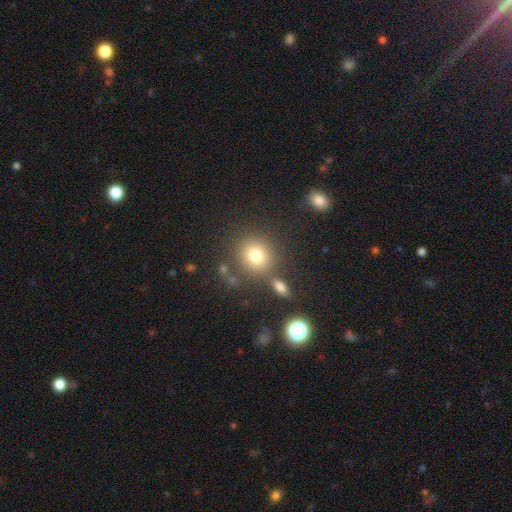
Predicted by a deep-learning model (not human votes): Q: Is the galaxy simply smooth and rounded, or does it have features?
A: smooth — 77%.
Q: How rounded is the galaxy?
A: round — 83%.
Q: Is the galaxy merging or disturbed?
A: none — 74%.